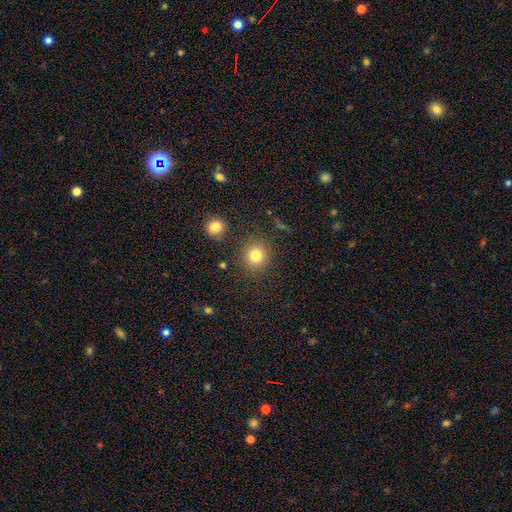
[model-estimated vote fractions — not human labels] smooth 82%, star or artifact 12%, featured or disk 6%. Down the decision tree: how rounded — round (91%); merging — none (86%).